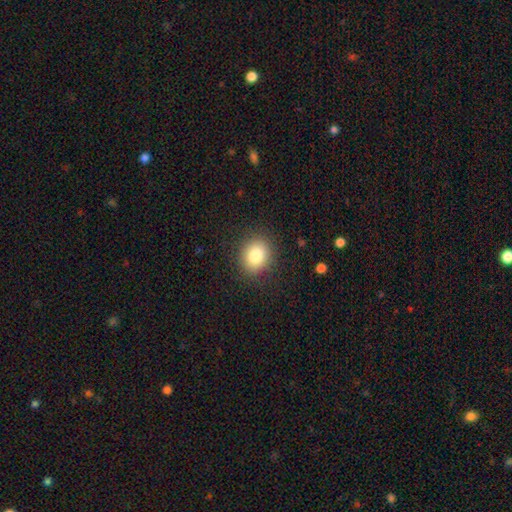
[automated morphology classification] A smooth galaxy with no disk features (82%) that is round (68%). Merging: none (88%).